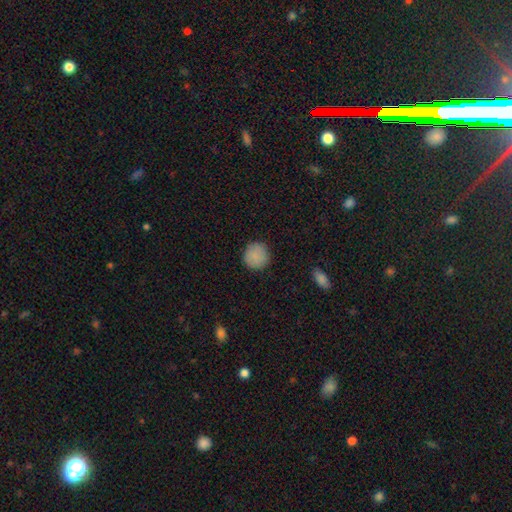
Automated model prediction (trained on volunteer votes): Smooth or featured: smooth — 88% (star or artifact — 8%)
How rounded: round — 93% (in between — 6%)
Merging: none — 89% (minor disturbance — 8%)